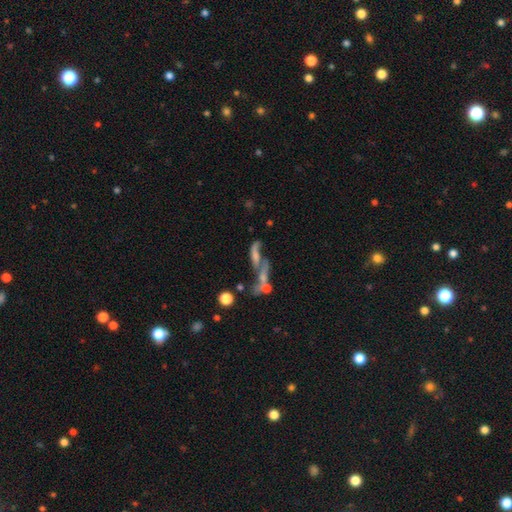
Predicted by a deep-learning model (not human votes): smooth_or_featured: featured or disk (p=0.54) [alt: smooth p=0.26]
disk_edge_on: no (p=0.80) [alt: yes p=0.20]
merging: merger (p=0.47) [alt: major disturbance p=0.23]